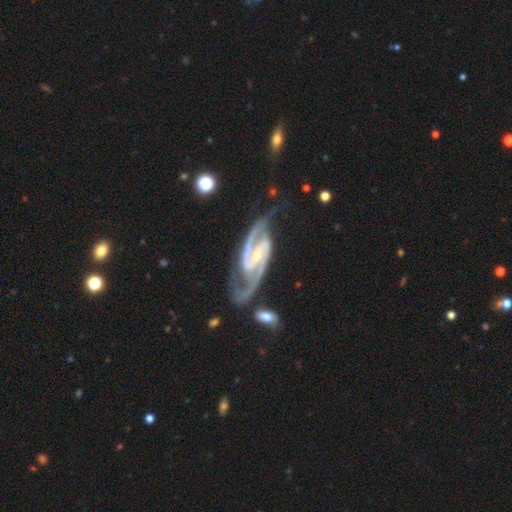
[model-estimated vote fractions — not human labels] A featured or disk galaxy (94%) with a strong bar (50%), 2 (92%) medium (58%) spiral arms (99%) and a small central bulge (71%). Merging: none (68%).